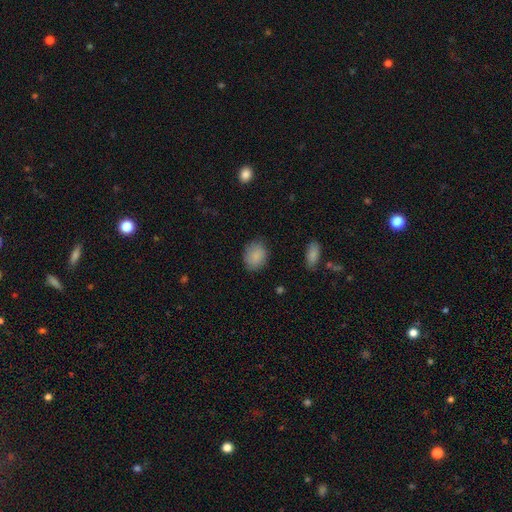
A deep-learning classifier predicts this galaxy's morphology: A smooth galaxy with no disk features (87%) that is round (50%). Merging: none (80%).